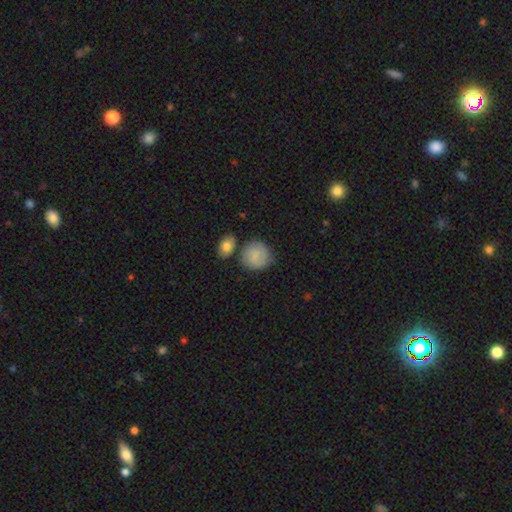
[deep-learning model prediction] Q: Smooth or featured?
A: smooth (77%); runner-up: featured or disk (17%)
Q: How rounded?
A: round (85%); runner-up: in between (14%)
Q: Merging?
A: none (68%); runner-up: minor disturbance (18%)